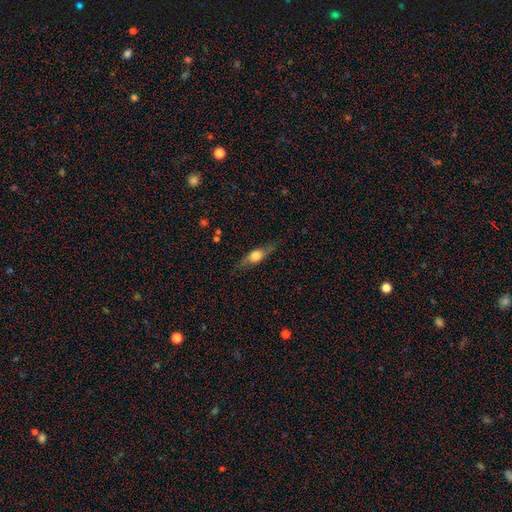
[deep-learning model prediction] The model was most divided on "smooth or featured": smooth: 48%, featured or disk: 45%, star or artifact: 7%. More confident: merging — none (78%).